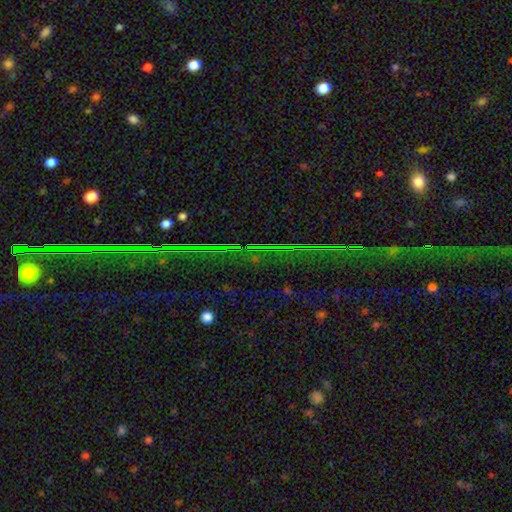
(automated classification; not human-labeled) Smooth or featured: star or artifact — 85% (smooth — 8%)